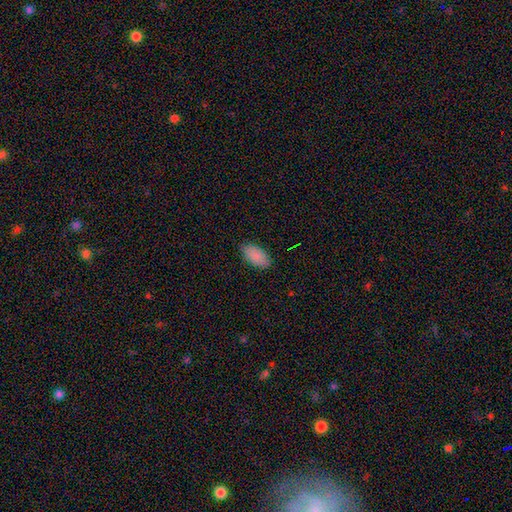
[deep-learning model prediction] This is clearly a smooth galaxy (89%). How rounded: clearly in between (94%). Merging: clearly none (86%).